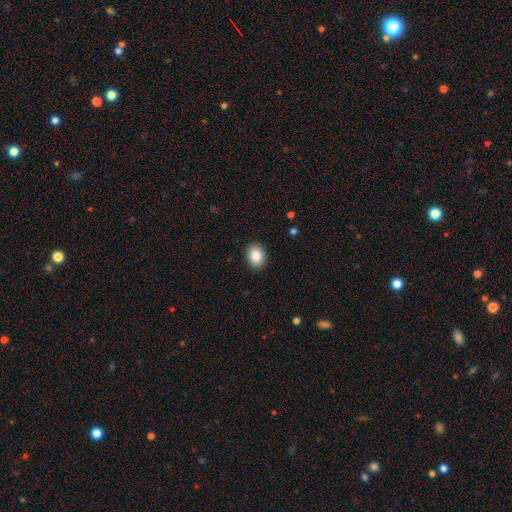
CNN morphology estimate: Q: Smooth or featured?
A: smooth (86%); runner-up: star or artifact (8%)
Q: How rounded?
A: in between (52%); runner-up: round (47%)
Q: Merging?
A: none (91%); runner-up: minor disturbance (7%)